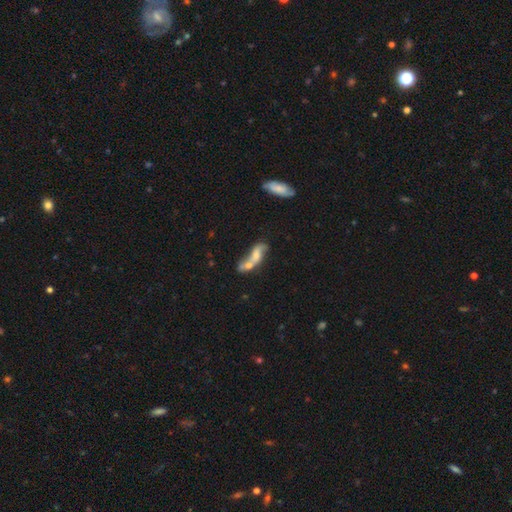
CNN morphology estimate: Q: Smooth or featured?
A: smooth (48%); runner-up: featured or disk (42%)
Q: Merging?
A: merger (66%); runner-up: none (18%)